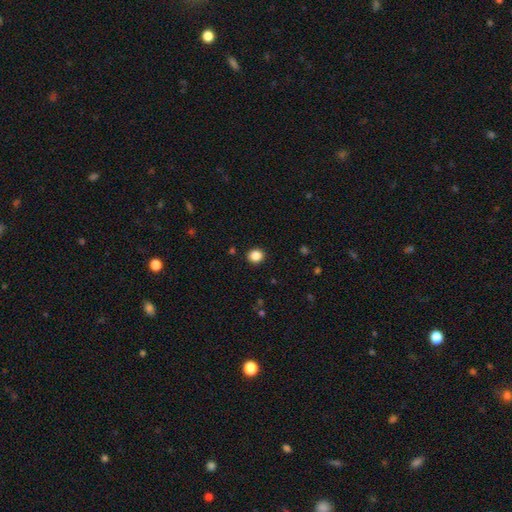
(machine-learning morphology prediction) smooth-or-featured: smooth: 86% | star or artifact: 11% | featured or disk: 4%
  how-rounded: round: 82% | in between: 17% | cigar-shaped: 1%
  merging: none: 92% | minor disturbance: 6% | major disturbance: 2% | merger: 1%